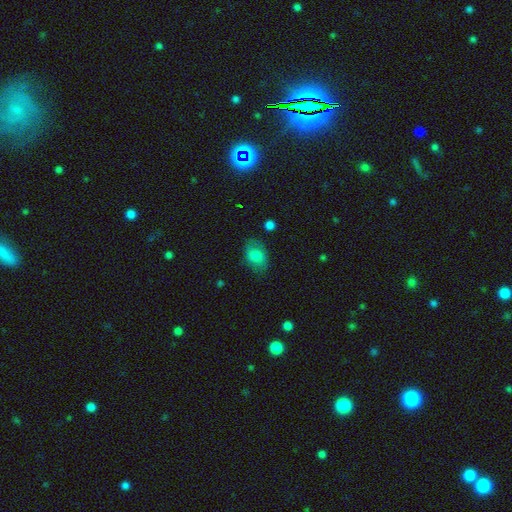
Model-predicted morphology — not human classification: This appears to be a smooth galaxy with no disk features (77%) that is in between round and cigar-shaped (79%). Merging: none (73%).